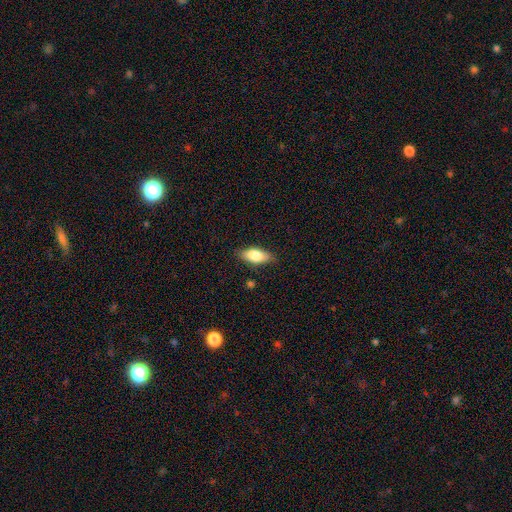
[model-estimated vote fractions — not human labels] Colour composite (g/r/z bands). It shows a smooth galaxy with no disk features (77%) that is in between round and cigar-shaped (81%). Merging: none (82%).